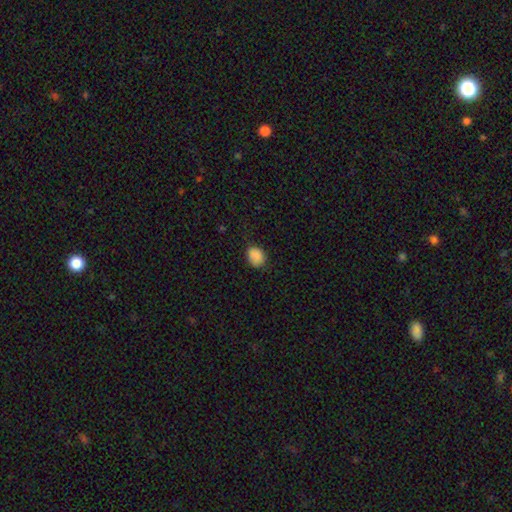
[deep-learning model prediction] Smooth or featured? smooth (87%)
How rounded? in between (53%)
Merging? none (73%)